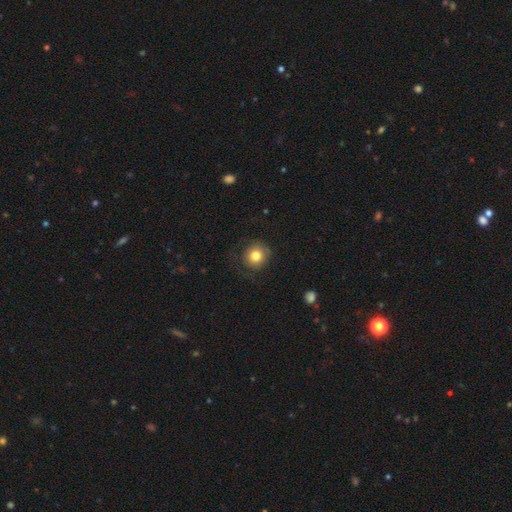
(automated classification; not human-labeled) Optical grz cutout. It shows a smooth galaxy with no disk features (80%) that is round (90%). Merging: none (75%).